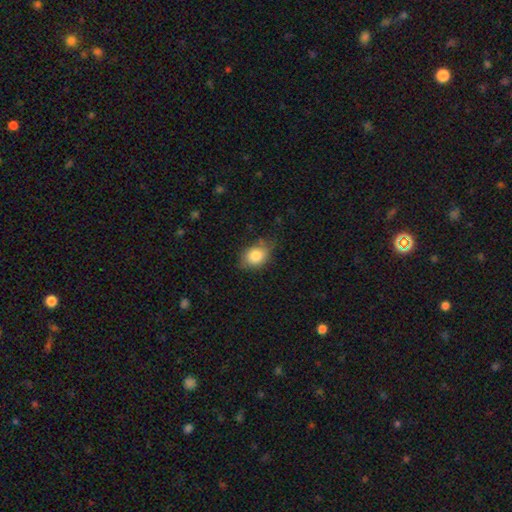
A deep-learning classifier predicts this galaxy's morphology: type=smooth (83%); roundness=in between (63%); merging=none (66%).